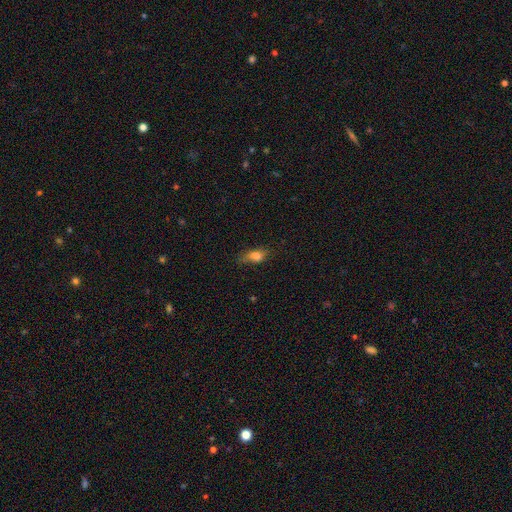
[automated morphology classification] Smooth or featured: smooth — 75% (featured or disk — 14%)
How rounded: in between — 76% (cigar-shaped — 13%)
Merging: none — 54% (minor disturbance — 31%)